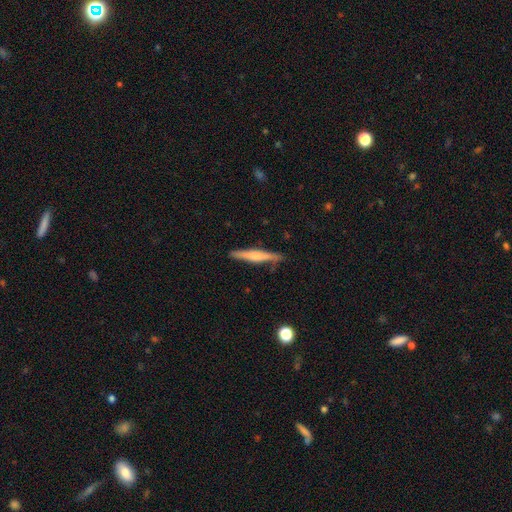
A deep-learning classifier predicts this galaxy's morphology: smooth-or-featured: smooth: 49% | featured or disk: 45% | star or artifact: 6%
  merging: none: 85% | minor disturbance: 11% | major disturbance: 2% | merger: 2%